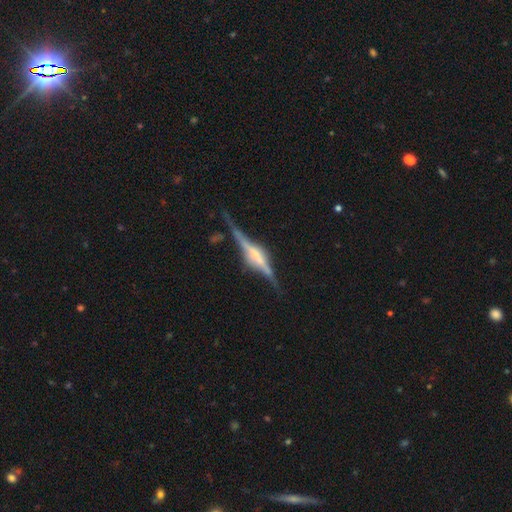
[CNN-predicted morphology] Overall: featured or disk (86%). Edge-on disk: yes (97%). Edge-on bulge: rounded (74%). Merging: none (77%).